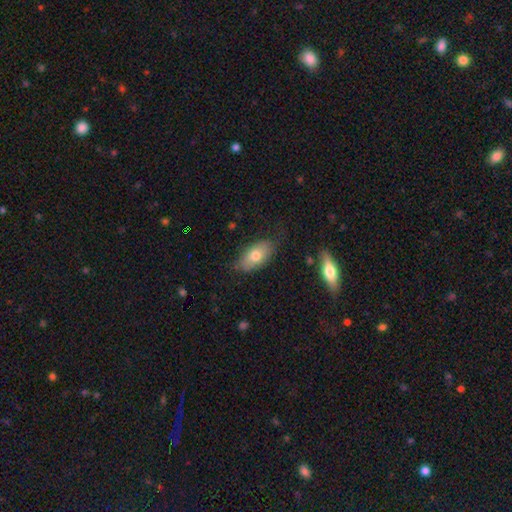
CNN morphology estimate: A smooth galaxy with no disk features (70%) that is in between round and cigar-shaped (90%). Merging: none (76%).